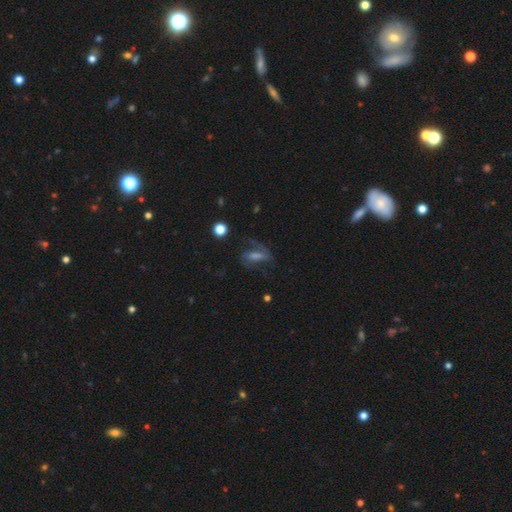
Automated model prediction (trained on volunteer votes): The model was most divided on "merging": none: 48%, major disturbance: 28%, minor disturbance: 20%, merger: 3%. More confident: edge-on disk — no (92%); smooth or featured — featured or disk (55%).